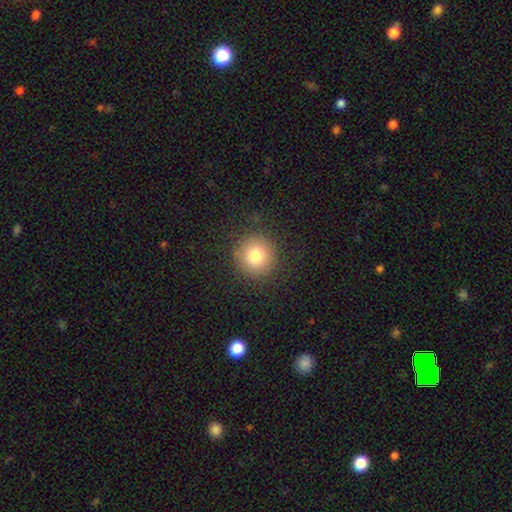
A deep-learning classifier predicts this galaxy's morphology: Smooth or featured? smooth (79%)
How rounded? round (94%)
Merging? none (88%)